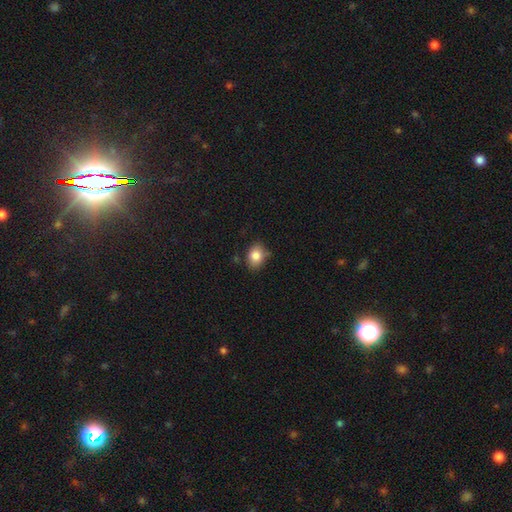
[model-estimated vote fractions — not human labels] Smooth or featured? smooth (84%)
How rounded? in between (56%)
Merging? none (75%)